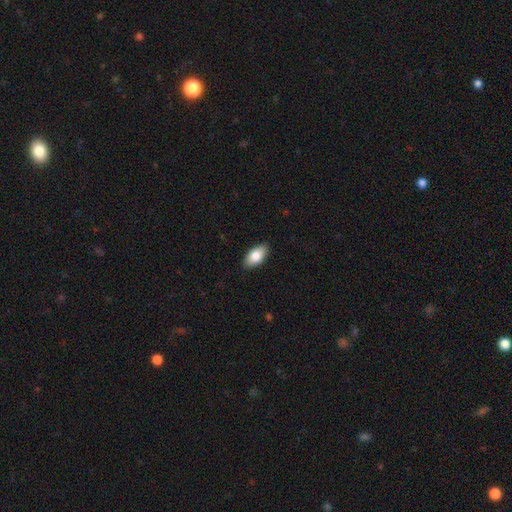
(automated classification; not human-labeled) smooth-or-featured: smooth: 82% | featured or disk: 12% | star or artifact: 6%
  how-rounded: in between: 93% | cigar-shaped: 3% | round: 3%
  merging: none: 88% | minor disturbance: 9% | major disturbance: 2% | merger: 1%